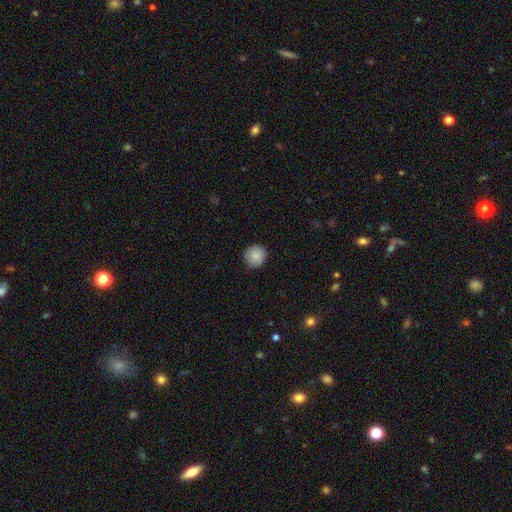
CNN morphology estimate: Smooth or featured? Predicted: smooth (p=0.86). How rounded? Predicted: round (p=0.90). Merging? Predicted: none (p=0.89).